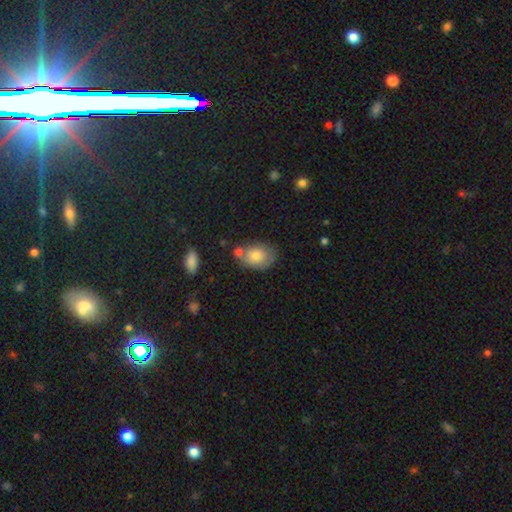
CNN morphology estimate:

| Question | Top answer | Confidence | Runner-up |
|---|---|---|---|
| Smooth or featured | smooth | 74% | featured or disk (19%) |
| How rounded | in between | 76% | round (23%) |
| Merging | none | 54% | minor disturbance (23%) |